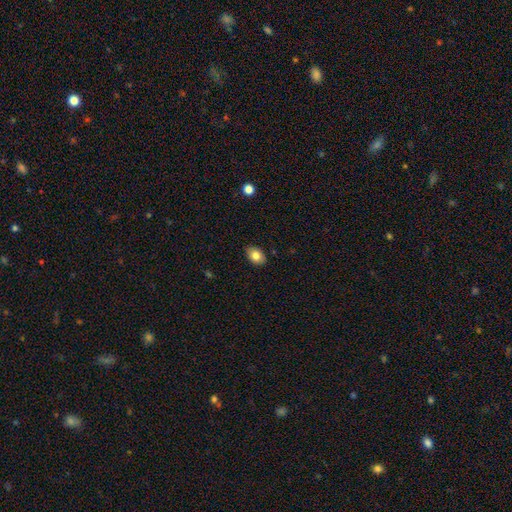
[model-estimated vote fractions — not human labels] Smooth or featured?
  - smooth: 82% *
  - featured or disk: 10%
  - star or artifact: 8%
How rounded?
  - in between: 81% *
  - round: 18%
  - cigar-shaped: 1%
Merging?
  - none: 86% *
  - minor disturbance: 11%
  - major disturbance: 2%
  - merger: 1%